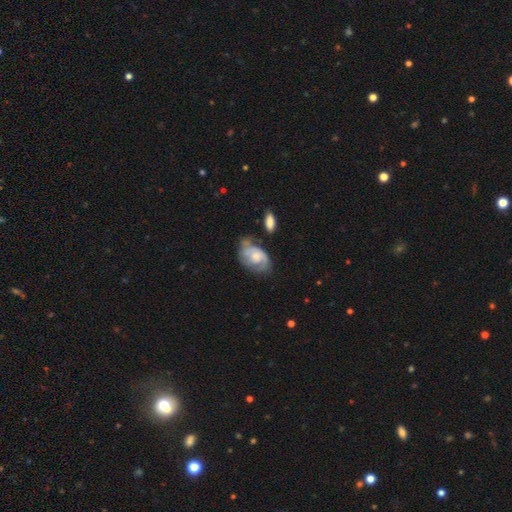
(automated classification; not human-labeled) Q: Smooth or featured?
A: featured or disk (62%); runner-up: smooth (31%)
Q: Edge-on disk?
A: no (96%); runner-up: yes (4%)
Q: Bar?
A: no (70%); runner-up: weak (26%)
Q: Spiral arms?
A: yes (82%); runner-up: no (18%)
Q: Bulge size?
A: moderate (44%); runner-up: small (31%)
Q: Merging?
A: none (48%); runner-up: minor disturbance (27%)